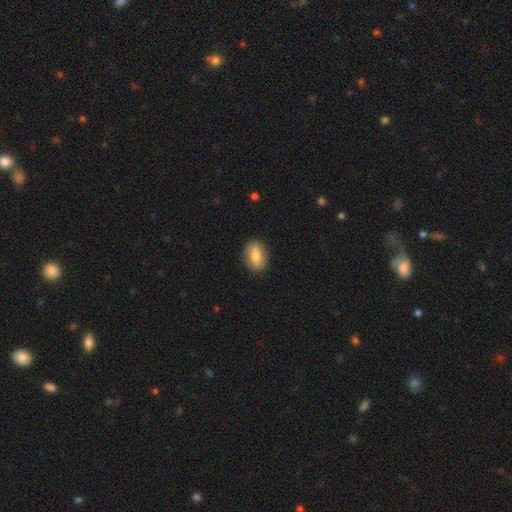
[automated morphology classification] Smooth or featured? Predicted: smooth (p=0.73). How rounded? Predicted: in between (p=0.82). Merging? Predicted: none (p=0.85).